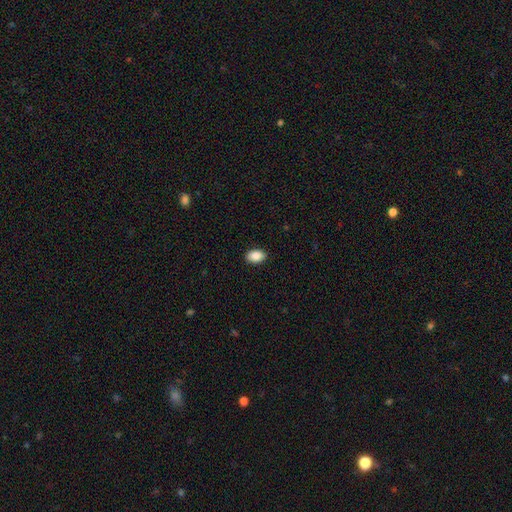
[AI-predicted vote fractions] The model was most divided on "how rounded": in between: 88%, round: 10%, cigar-shaped: 1%. More confident: merging — none (89%); smooth or featured — smooth (88%).